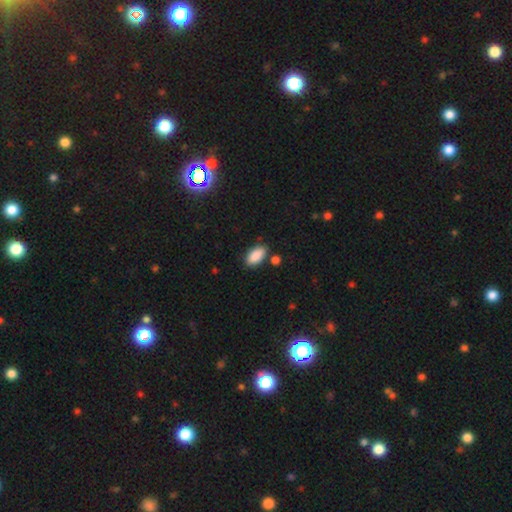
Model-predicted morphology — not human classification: The model was most divided on "merging": none: 80%, minor disturbance: 12%, merger: 5%, major disturbance: 3%. More confident: how rounded — in between (91%); smooth or featured — smooth (88%).